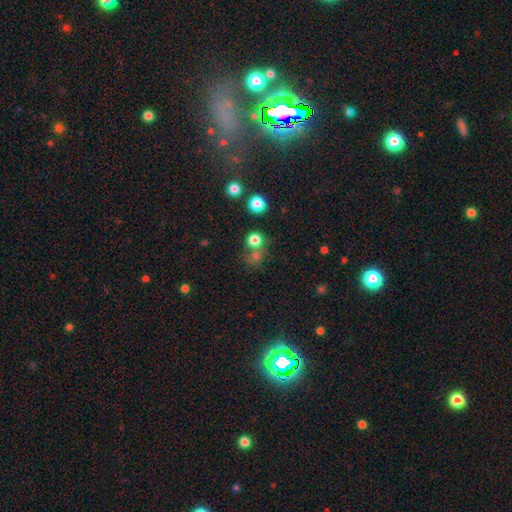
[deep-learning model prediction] Smooth or featured?
  - smooth: 61% *
  - star or artifact: 30%
  - featured or disk: 9%
How rounded?
  - round: 88% *
  - in between: 11%
  - cigar-shaped: 1%
Merging?
  - none: 58% *
  - merger: 28%
  - minor disturbance: 8%
  - major disturbance: 5%